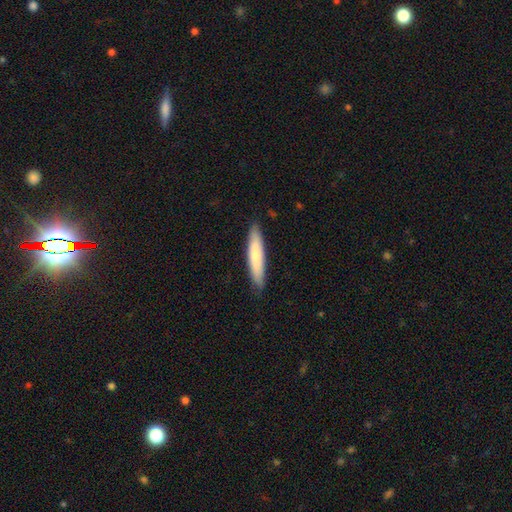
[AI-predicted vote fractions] Q: Smooth or featured?
A: smooth (74%); runner-up: featured or disk (21%)
Q: How rounded?
A: cigar-shaped (86%); runner-up: in between (13%)
Q: Merging?
A: none (88%); runner-up: minor disturbance (10%)